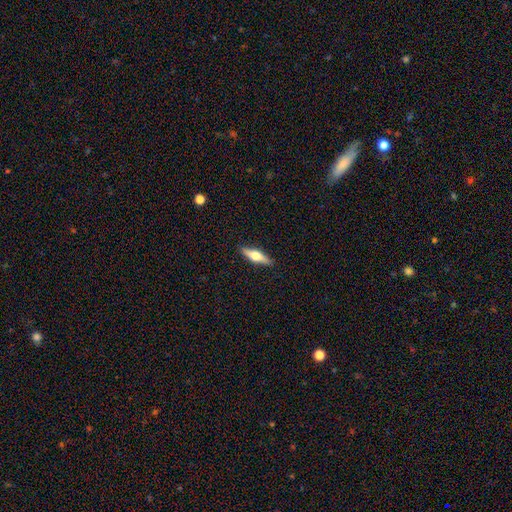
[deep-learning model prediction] Morphology: type=featured or disk (54%); edge-on=yes (94%); edge-on bulge=rounded (94%); merging=none (90%).